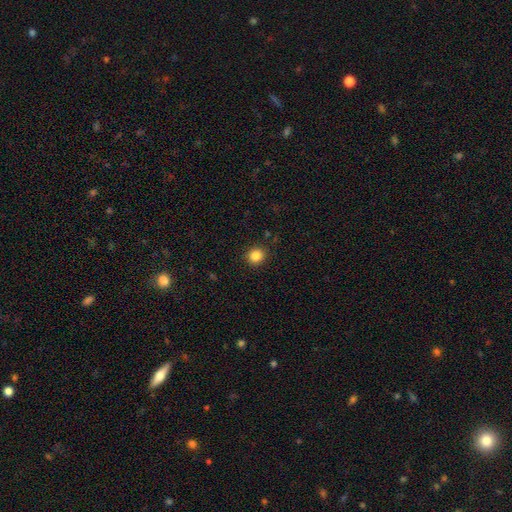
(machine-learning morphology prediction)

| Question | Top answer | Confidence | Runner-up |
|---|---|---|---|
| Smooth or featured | smooth | 85% | star or artifact (11%) |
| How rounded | round | 84% | in between (15%) |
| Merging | none | 90% | minor disturbance (7%) |